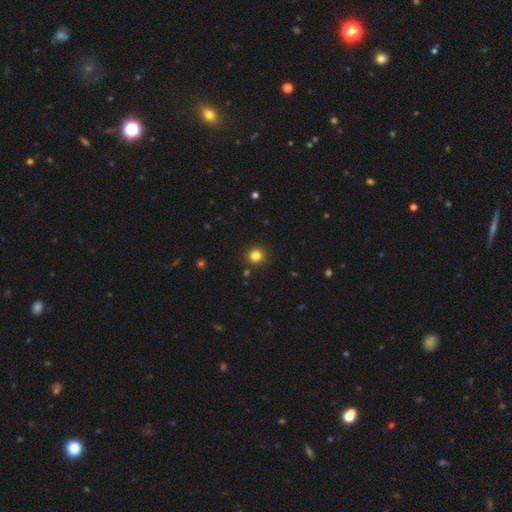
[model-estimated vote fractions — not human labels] The model was most divided on "smooth or featured": smooth: 83%, star or artifact: 13%, featured or disk: 4%. More confident: how rounded — round (93%); merging — none (91%).